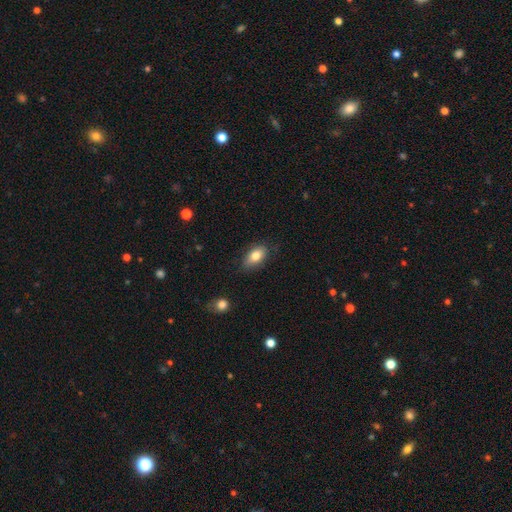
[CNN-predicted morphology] The model was most divided on "merging": none: 80%, minor disturbance: 16%, major disturbance: 3%, merger: 1%. More confident: how rounded — in between (90%); smooth or featured — smooth (81%).